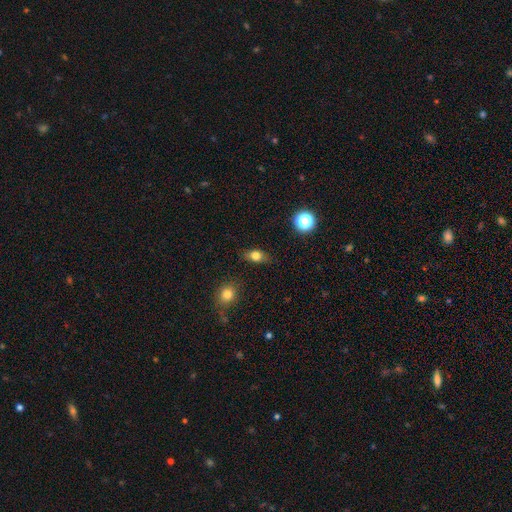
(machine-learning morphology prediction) smooth_or_featured: smooth (p=0.77) [alt: featured or disk p=0.12]
how_rounded: in between (p=0.73) [alt: round p=0.21]
merging: none (p=0.80) [alt: minor disturbance p=0.14]